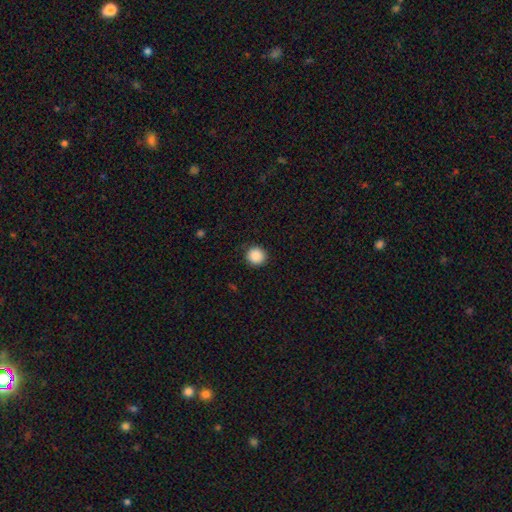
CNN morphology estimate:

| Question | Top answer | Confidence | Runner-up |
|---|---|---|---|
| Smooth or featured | smooth | 89% | star or artifact (9%) |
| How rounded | round | 94% | in between (6%) |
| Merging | none | 90% | minor disturbance (7%) |